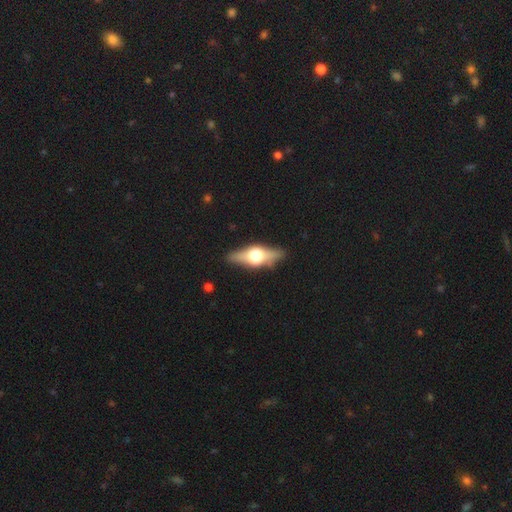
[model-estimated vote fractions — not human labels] Smooth or featured: featured or disk — 70% (smooth — 23%)
Edge-on disk: yes — 95% (no — 5%)
Edge-on bulge: rounded — 94% (boxy — 5%)
Merging: none — 85% (minor disturbance — 11%)